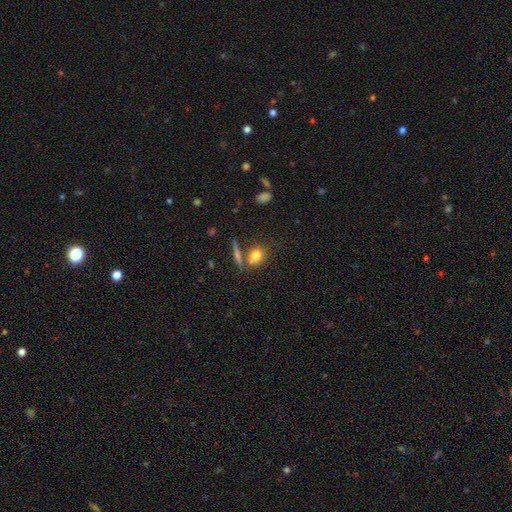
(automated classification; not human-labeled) This is likely a smooth galaxy (74%). How rounded: possibly round (57%). Merging: likely none (62%).